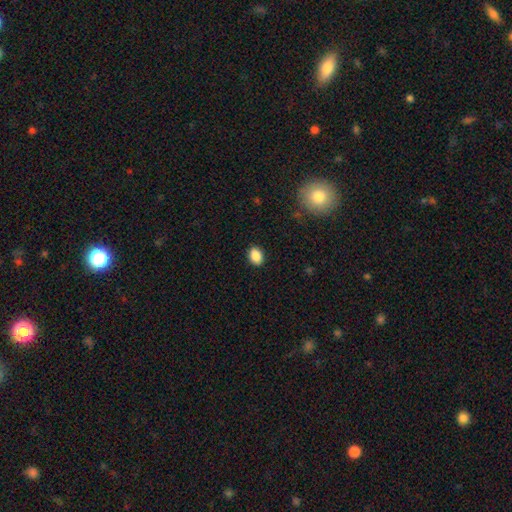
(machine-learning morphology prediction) Smooth or featured? smooth (88%)
How rounded? in between (71%)
Merging? none (89%)